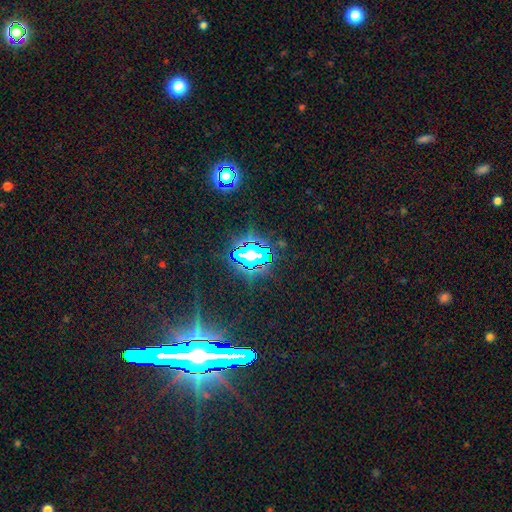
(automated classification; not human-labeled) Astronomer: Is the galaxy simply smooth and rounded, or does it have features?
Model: star or artifact — 76%.